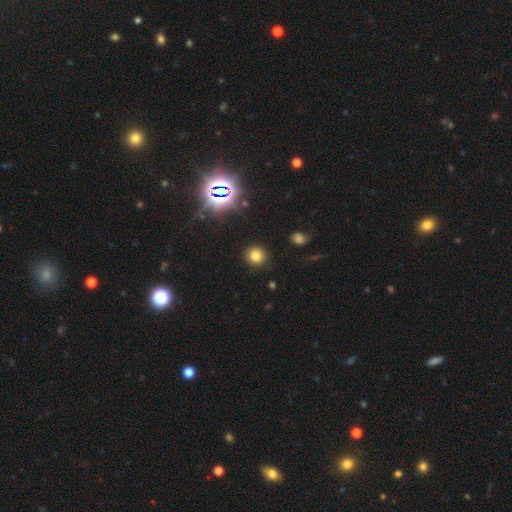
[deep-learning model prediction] Smooth or featured: smooth — 76% (star or artifact — 18%)
How rounded: round — 92% (in between — 7%)
Merging: none — 89% (minor disturbance — 7%)